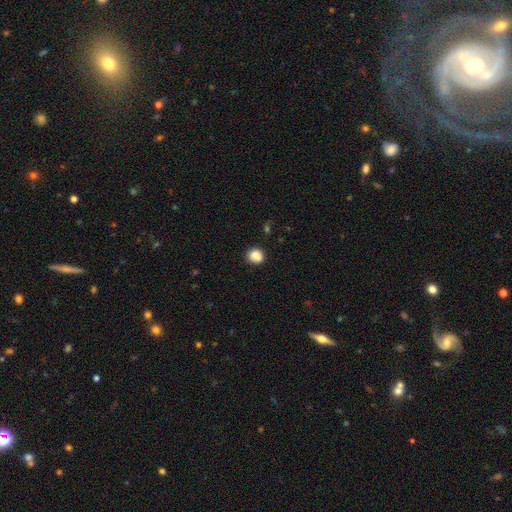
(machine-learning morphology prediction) Overall: smooth (83%). How rounded: round (79%). Merging: none (75%).